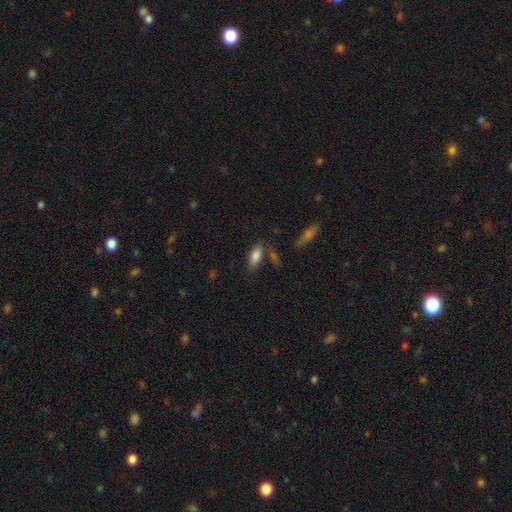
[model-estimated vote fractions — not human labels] Q: Smooth or featured?
A: smooth (83%); runner-up: featured or disk (10%)
Q: How rounded?
A: in between (83%); runner-up: cigar-shaped (15%)
Q: Merging?
A: none (70%); runner-up: minor disturbance (15%)